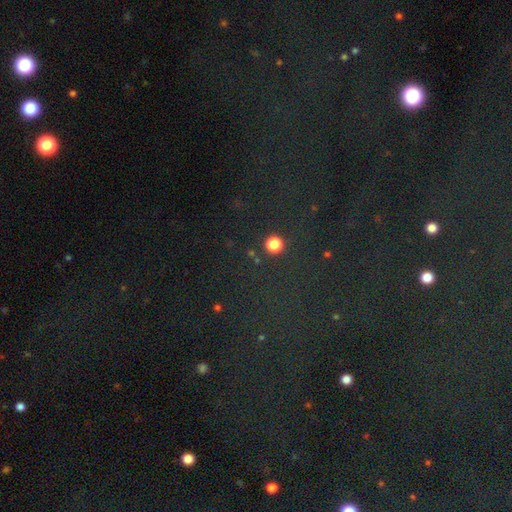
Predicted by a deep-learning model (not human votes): Q: Smooth or featured?
A: star or artifact (77%); runner-up: smooth (14%)